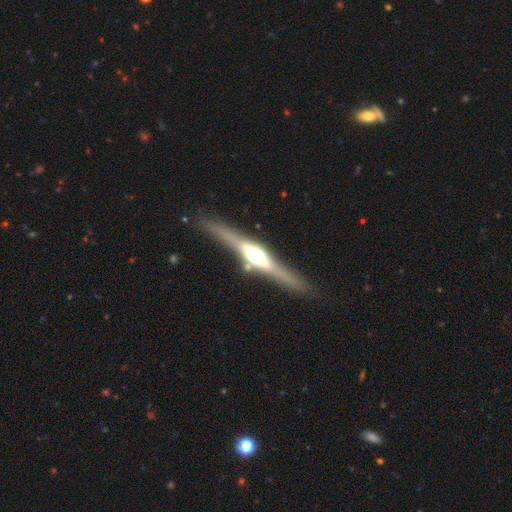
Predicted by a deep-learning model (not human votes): Smooth or featured? featured or disk (77%)
Edge-on disk? yes (96%)
Edge-on bulge? rounded (89%)
Merging? none (84%)